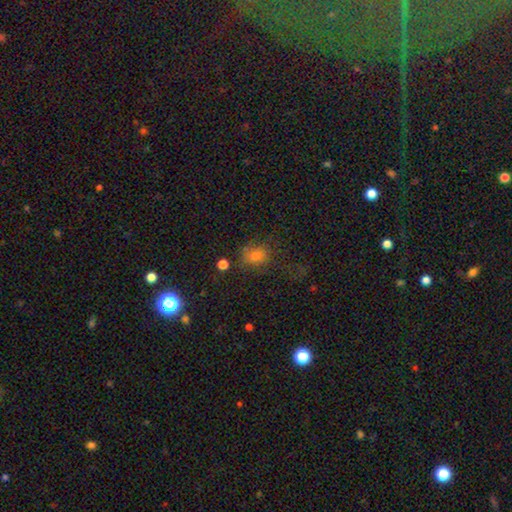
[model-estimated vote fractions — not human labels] The model was most divided on "how rounded": round: 63%, in between: 36%, cigar-shaped: 1%. More confident: smooth or featured — smooth (69%); merging — none (65%).